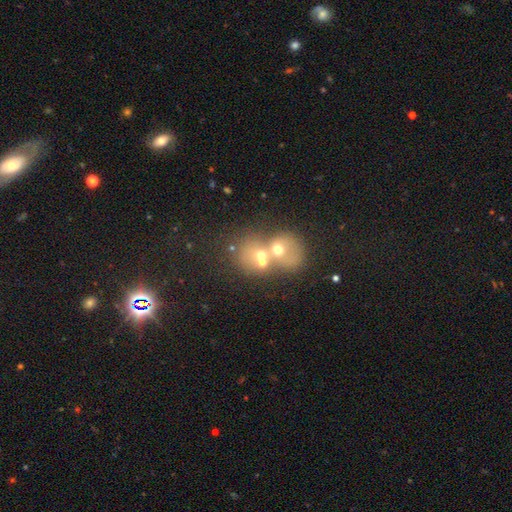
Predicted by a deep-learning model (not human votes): Smooth or featured? smooth (45%)
Merging? merger (65%)